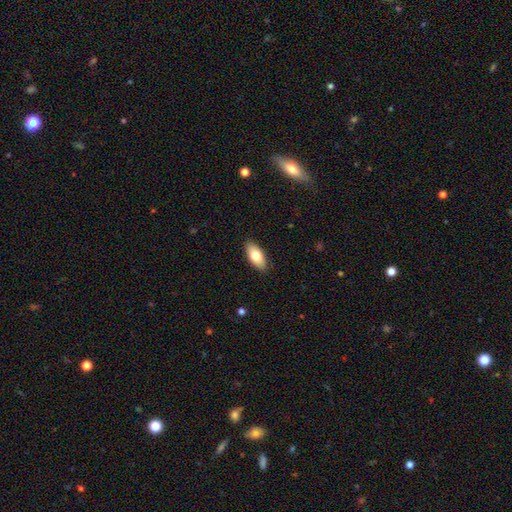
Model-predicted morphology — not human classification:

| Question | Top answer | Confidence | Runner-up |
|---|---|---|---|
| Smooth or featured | smooth | 78% | featured or disk (16%) |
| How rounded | in between | 88% | cigar-shaped (9%) |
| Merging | none | 89% | minor disturbance (9%) |